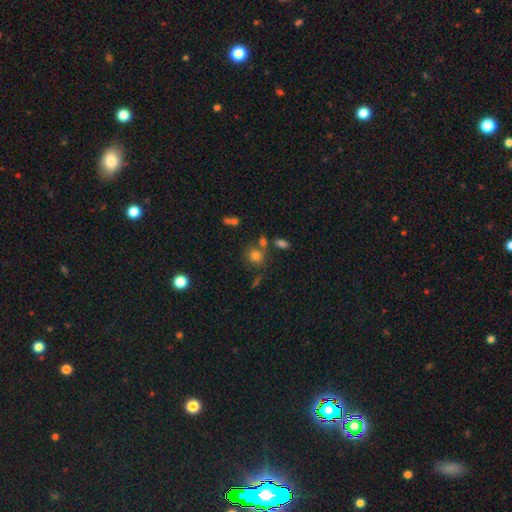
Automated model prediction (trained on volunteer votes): Smooth or featured?
  - smooth: 76% *
  - star or artifact: 13%
  - featured or disk: 10%
How rounded?
  - round: 75% *
  - in between: 23%
  - cigar-shaped: 1%
Merging?
  - none: 64% *
  - merger: 17%
  - minor disturbance: 14%
  - major disturbance: 5%